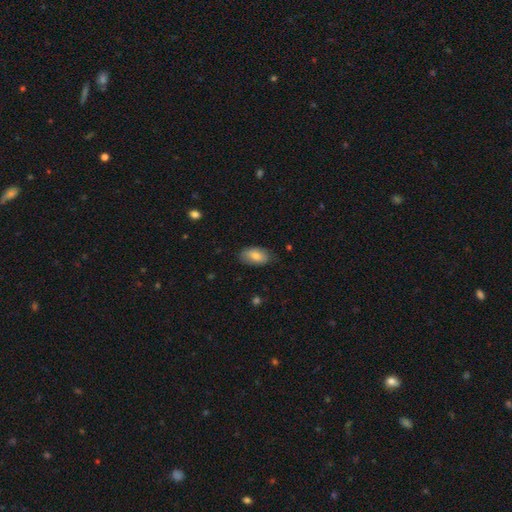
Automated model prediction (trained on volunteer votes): smooth_or_featured: smooth (p=0.78) [alt: featured or disk p=0.15]
how_rounded: in between (p=0.93) [alt: round p=0.05]
merging: none (p=0.75) [alt: minor disturbance p=0.20]